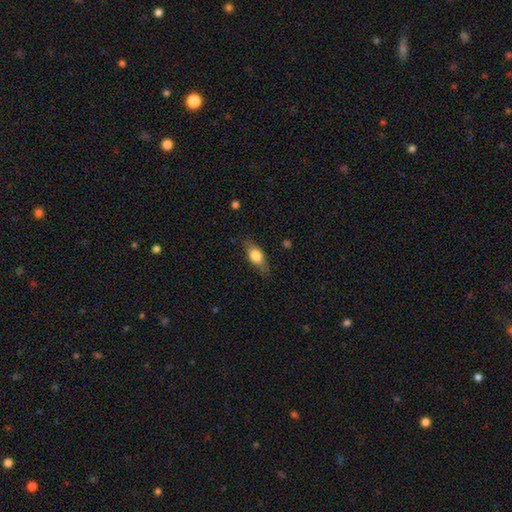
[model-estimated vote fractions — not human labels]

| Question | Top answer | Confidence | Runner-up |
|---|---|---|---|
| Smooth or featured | smooth | 73% | featured or disk (20%) |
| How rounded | in between | 77% | cigar-shaped (16%) |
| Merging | none | 76% | minor disturbance (18%) |